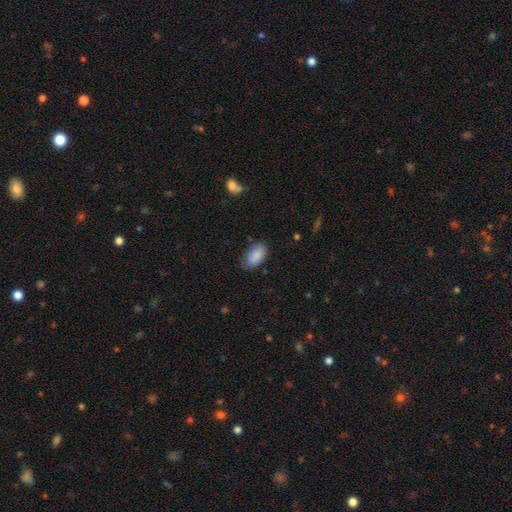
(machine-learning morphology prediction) Overall: smooth (85%). How rounded: in between (94%). Merging: none (67%).